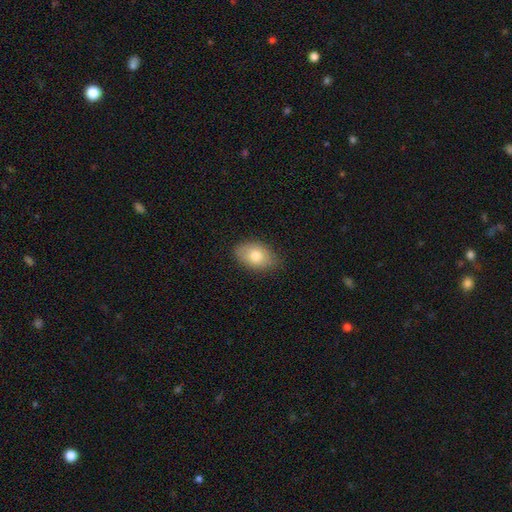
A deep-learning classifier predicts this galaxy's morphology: Smooth or featured?
  - smooth: 76% *
  - featured or disk: 16%
  - star or artifact: 8%
How rounded?
  - in between: 86% *
  - round: 12%
  - cigar-shaped: 1%
Merging?
  - none: 78% *
  - minor disturbance: 18%
  - major disturbance: 3%
  - merger: 1%